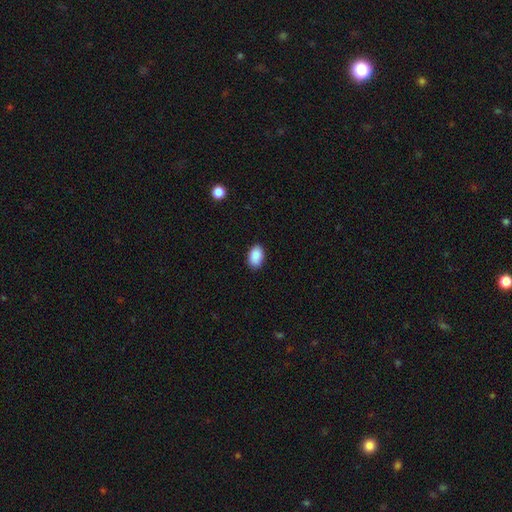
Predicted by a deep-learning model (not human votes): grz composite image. It shows a smooth galaxy with no disk features (90%) that is in between round and cigar-shaped (91%). Merging: none (87%).